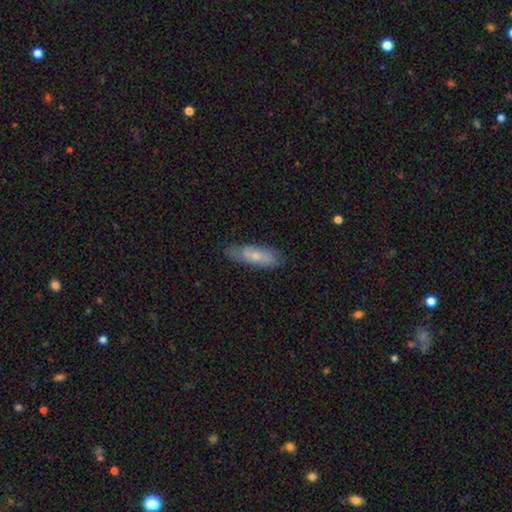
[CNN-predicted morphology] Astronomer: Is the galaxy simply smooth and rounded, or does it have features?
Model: smooth — 62%.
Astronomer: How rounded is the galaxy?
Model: in between — 54% (runner-up: cigar-shaped, 43%).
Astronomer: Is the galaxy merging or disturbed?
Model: none — 69%.